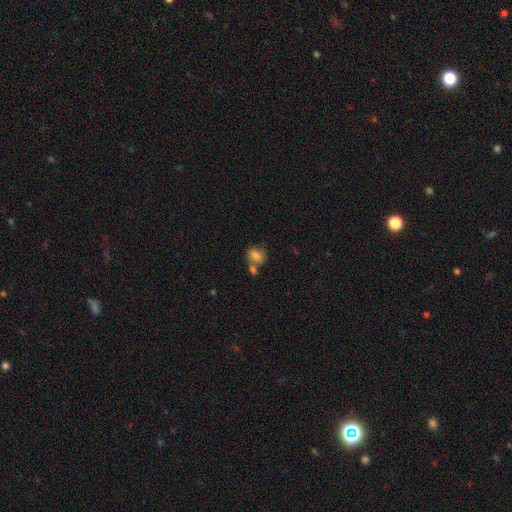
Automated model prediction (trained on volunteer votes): This appears to be a smooth galaxy with no disk features (73%) that is in between round and cigar-shaped (55%). Merging: none (43%).